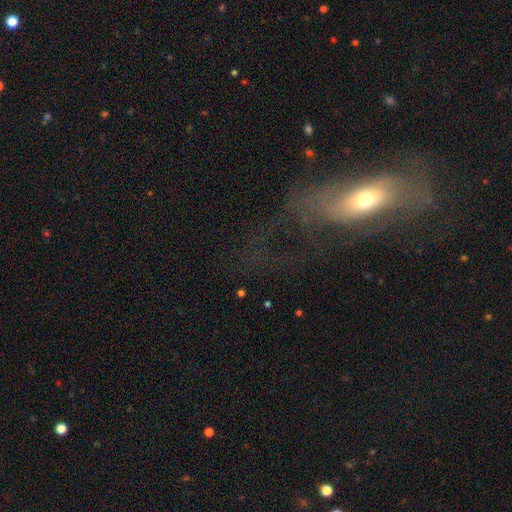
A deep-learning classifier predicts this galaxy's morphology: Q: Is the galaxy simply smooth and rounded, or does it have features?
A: featured or disk — 45%.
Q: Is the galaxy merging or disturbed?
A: major disturbance — 43%.